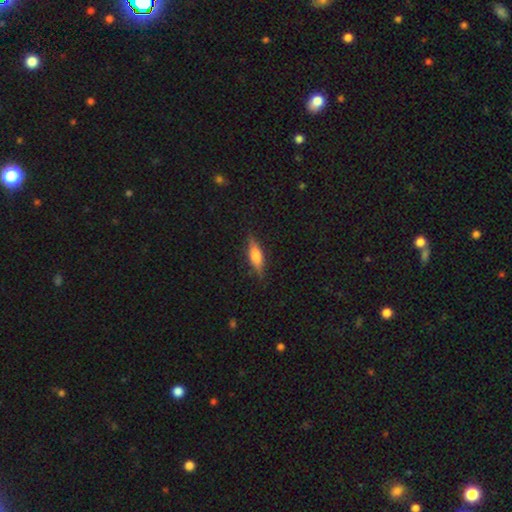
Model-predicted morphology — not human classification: A smooth galaxy with no disk features (54%) that is cigar-shaped (53%).

Vote fractions:
- Smooth or featured? smooth: 54% / featured or disk: 38% / star or artifact: 8%
- How rounded? cigar-shaped: 53% / in between: 44% / round: 3%
- Merging? none: 83% / minor disturbance: 14% / major disturbance: 3% / merger: 1%